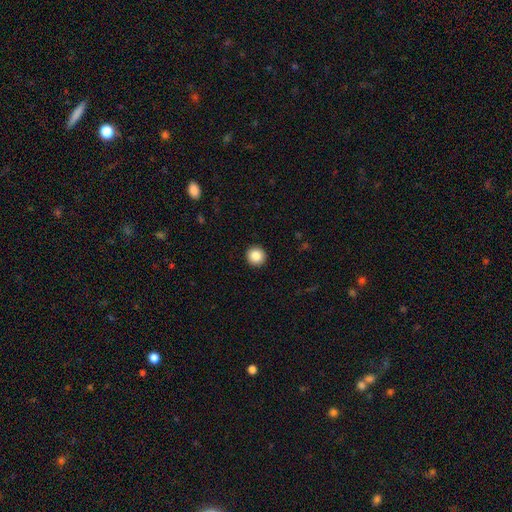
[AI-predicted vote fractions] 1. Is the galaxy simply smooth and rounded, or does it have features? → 86% smooth, 9% star or artifact, 5% featured or disk.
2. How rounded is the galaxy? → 95% round, 4% in between, 1% cigar-shaped.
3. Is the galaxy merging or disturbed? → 93% none, 4% minor disturbance, 1% major disturbance, 1% merger.